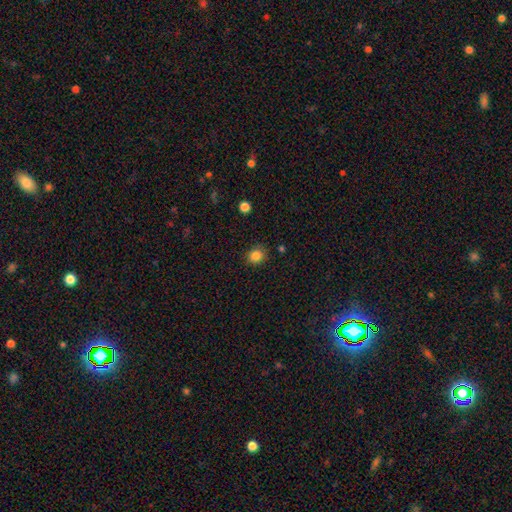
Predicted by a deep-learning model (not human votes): Smooth or featured?
  - smooth: 84% *
  - star or artifact: 12%
  - featured or disk: 4%
How rounded?
  - round: 76% *
  - in between: 23%
  - cigar-shaped: 1%
Merging?
  - none: 85% *
  - minor disturbance: 10%
  - major disturbance: 3%
  - merger: 2%